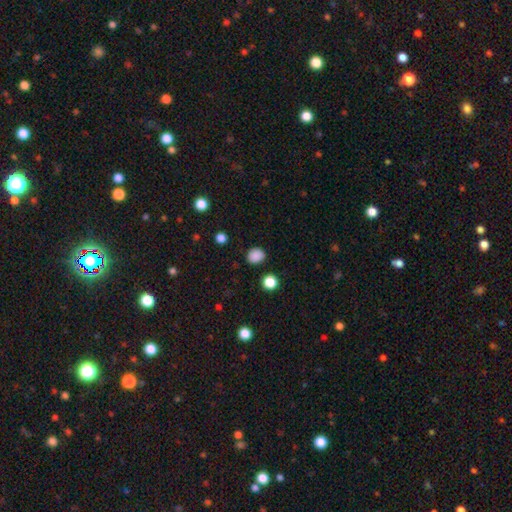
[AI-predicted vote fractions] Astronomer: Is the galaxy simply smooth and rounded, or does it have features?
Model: smooth — 86%.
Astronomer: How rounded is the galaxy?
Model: round — 69%.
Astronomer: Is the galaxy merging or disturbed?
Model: none — 86%.